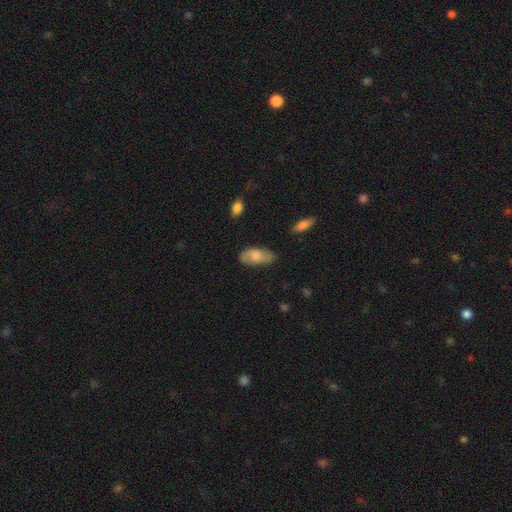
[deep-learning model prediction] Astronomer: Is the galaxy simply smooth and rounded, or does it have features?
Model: smooth — 73%.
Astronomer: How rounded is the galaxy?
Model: in between — 91%.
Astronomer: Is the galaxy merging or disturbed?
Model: none — 68%.